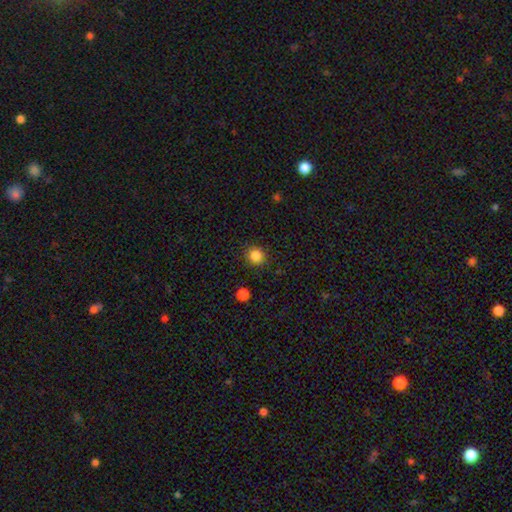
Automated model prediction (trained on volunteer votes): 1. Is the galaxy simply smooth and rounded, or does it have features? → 85% smooth, 12% star or artifact, 4% featured or disk.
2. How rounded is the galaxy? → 90% round, 9% in between, 1% cigar-shaped.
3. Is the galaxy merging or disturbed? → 89% none, 7% minor disturbance, 2% major disturbance, 1% merger.